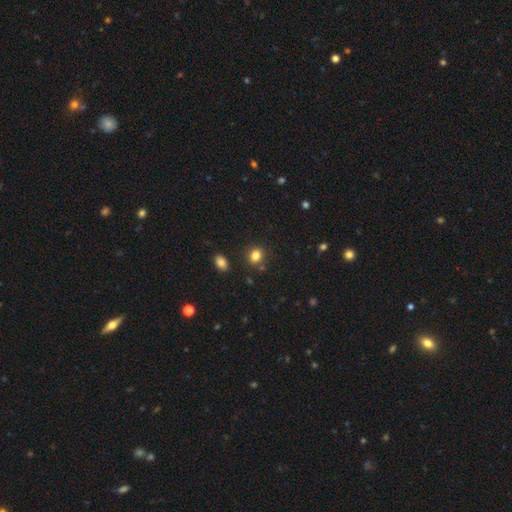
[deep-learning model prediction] Smooth or featured: smooth — 83% (star or artifact — 11%)
How rounded: round — 61% (in between — 38%)
Merging: none — 83% (minor disturbance — 10%)